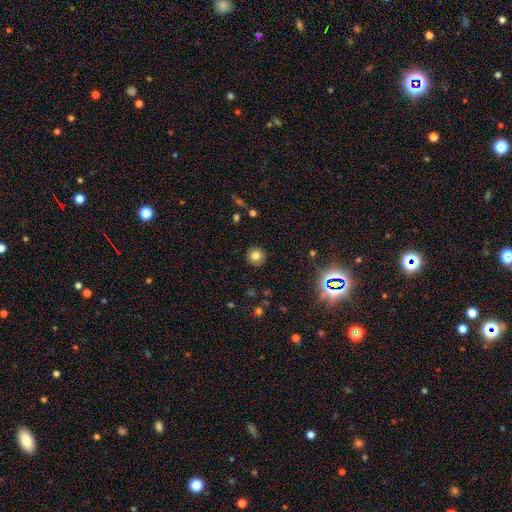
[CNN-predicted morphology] Smooth or featured? smooth (80%)
How rounded? round (94%)
Merging? none (91%)